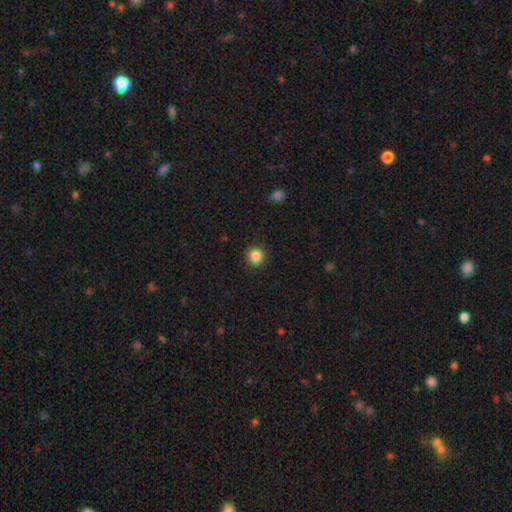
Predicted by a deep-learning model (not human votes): The model was most divided on "smooth or featured": smooth: 86%, star or artifact: 10%, featured or disk: 4%. More confident: how rounded — round (94%); merging — none (92%).